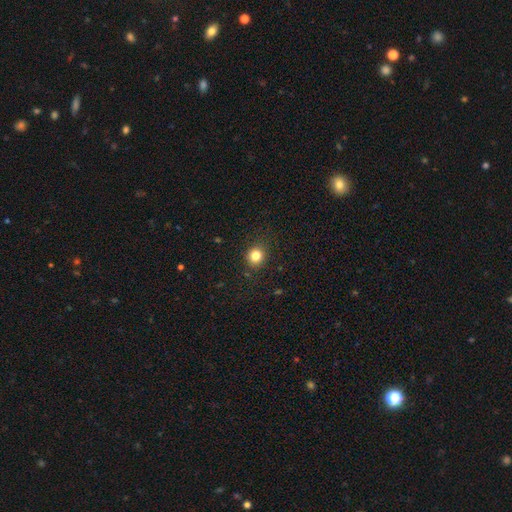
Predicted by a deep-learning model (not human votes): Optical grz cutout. It shows a smooth galaxy with no disk features (82%) that is round (85%). Merging: none (87%).